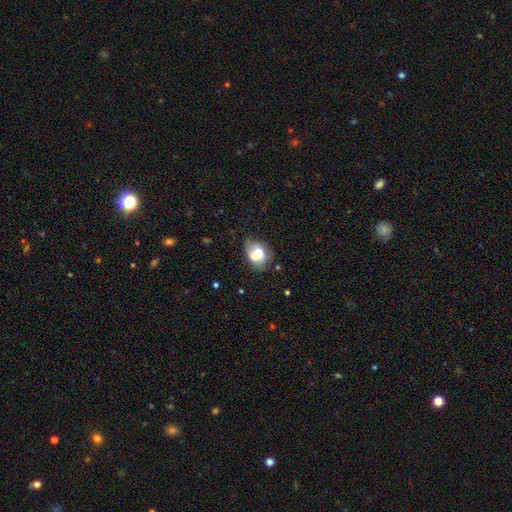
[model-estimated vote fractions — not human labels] Smooth or featured? smooth (60%)
How rounded? in between (63%)
Merging? none (36%)